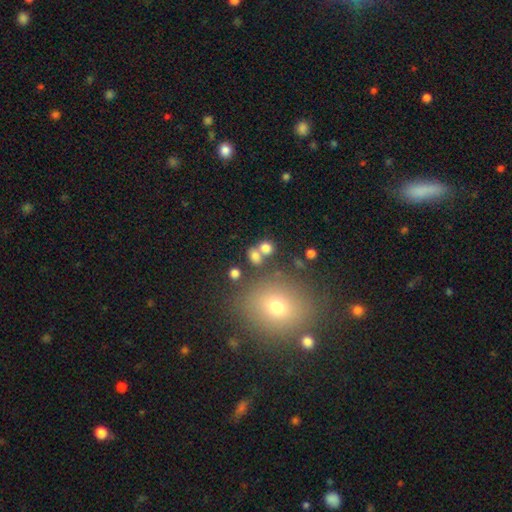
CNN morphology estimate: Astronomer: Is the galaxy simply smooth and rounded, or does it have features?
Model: smooth — 73%.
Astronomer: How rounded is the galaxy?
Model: round — 63%.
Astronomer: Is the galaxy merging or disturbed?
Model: none — 54% (runner-up: merger, 31%).